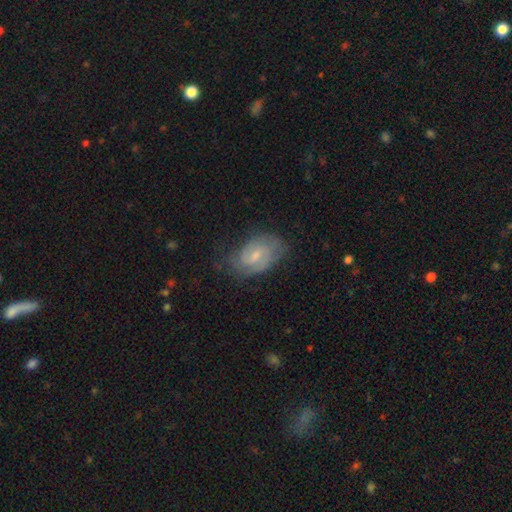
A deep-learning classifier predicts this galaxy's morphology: Smooth or featured? Predicted: featured or disk (p=0.70). Edge-on disk? Predicted: no (p=0.97). Bar? Predicted: weak (p=0.61). Spiral arms? Predicted: yes (p=0.90). Spiral winding? Predicted: medium (p=0.44). Spiral arm count? Predicted: 2 (p=0.64). Bulge size? Predicted: small (p=0.56). Merging? Predicted: none (p=0.65).